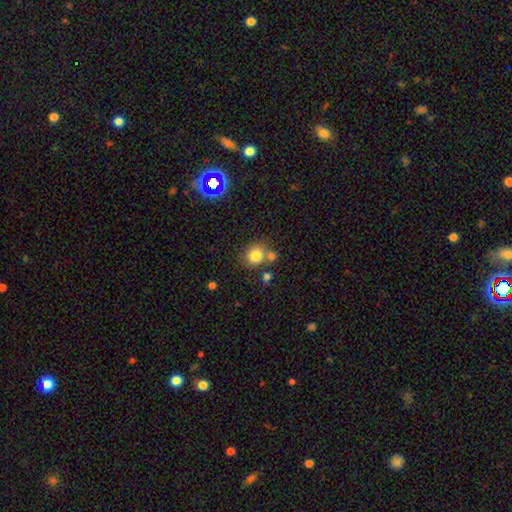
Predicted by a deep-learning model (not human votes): This appears to be a smooth galaxy with no disk features (81%) that is round (78%). Merging: none (61%).